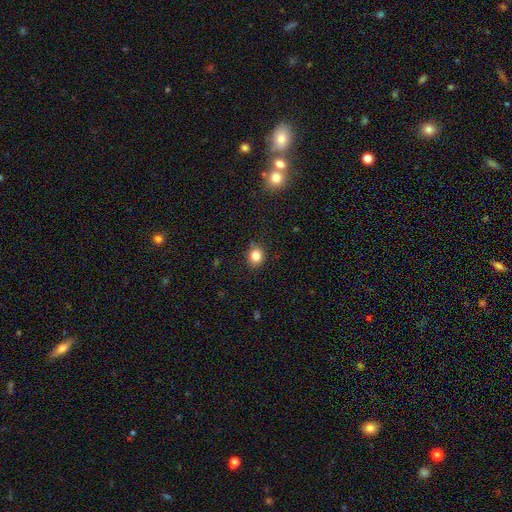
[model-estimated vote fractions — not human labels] Smooth or featured: smooth — 82% (star or artifact — 12%)
How rounded: round — 75% (in between — 24%)
Merging: none — 86% (minor disturbance — 10%)